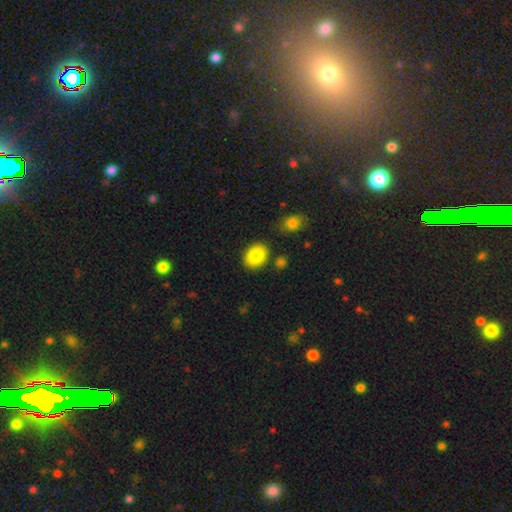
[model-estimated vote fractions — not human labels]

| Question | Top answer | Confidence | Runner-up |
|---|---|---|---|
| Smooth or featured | smooth | 86% | star or artifact (8%) |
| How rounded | in between | 59% | round (40%) |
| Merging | none | 84% | minor disturbance (9%) |